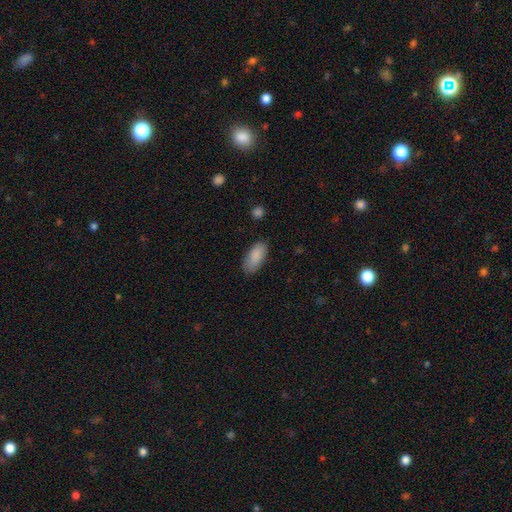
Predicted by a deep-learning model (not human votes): The model was most divided on "merging": none: 80%, minor disturbance: 15%, major disturbance: 3%, merger: 1%. More confident: how rounded — in between (89%); smooth or featured — smooth (88%).